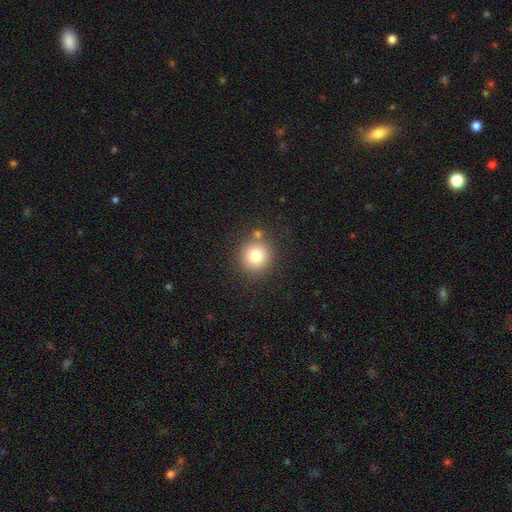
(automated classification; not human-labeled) Smooth or featured? Predicted: smooth (p=0.81). How rounded? Predicted: round (p=0.92). Merging? Predicted: none (p=0.81).